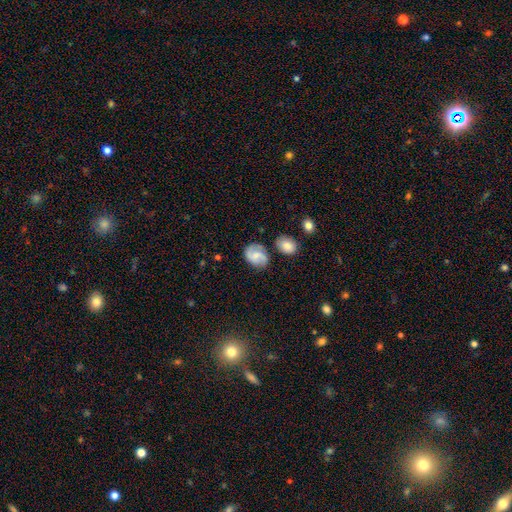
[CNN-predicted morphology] Smooth or featured? featured or disk (55%)
Edge-on disk? no (97%)
Bar? no (50%)
Spiral arms? yes (89%)
Bulge size? small (45%)
Merging? none (65%)